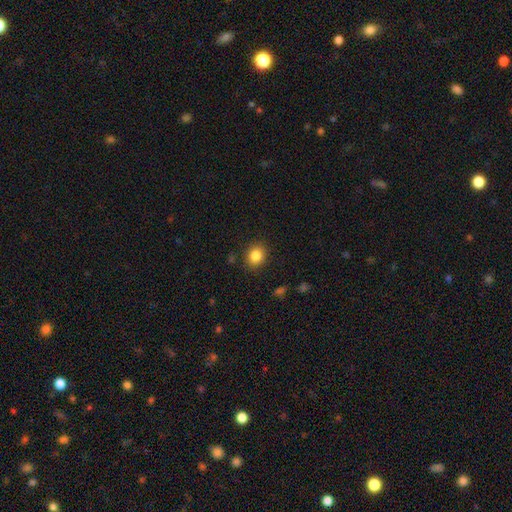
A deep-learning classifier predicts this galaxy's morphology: Smooth or featured? Predicted: smooth (p=0.85). How rounded? Predicted: round (p=0.67). Merging? Predicted: none (p=0.87).